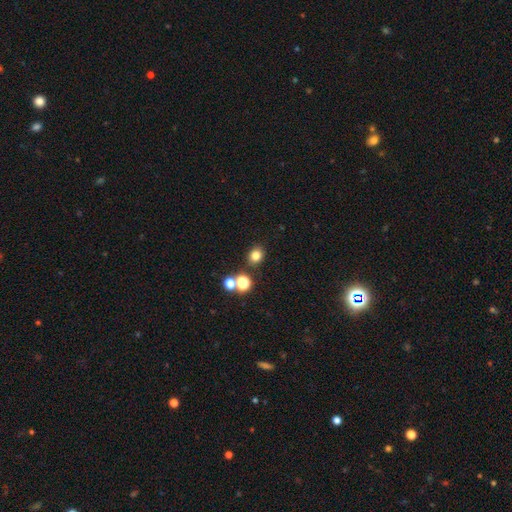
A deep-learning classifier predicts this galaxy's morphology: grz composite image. It shows a smooth galaxy with no disk features (78%) that is round (66%). Merging: none (82%).